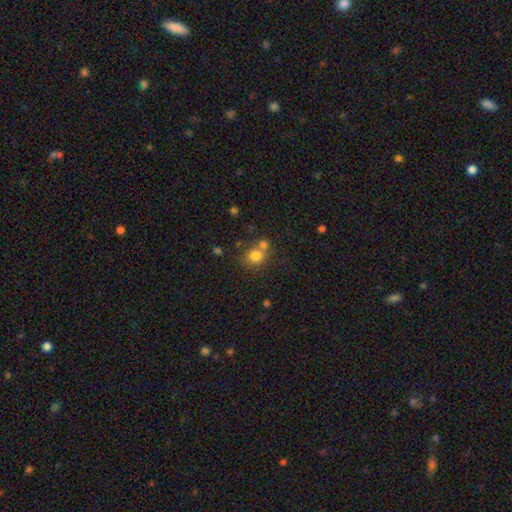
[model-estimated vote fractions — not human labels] Overall: smooth (78%). How rounded: round (79%). Merging: none (51%; merger 35%).